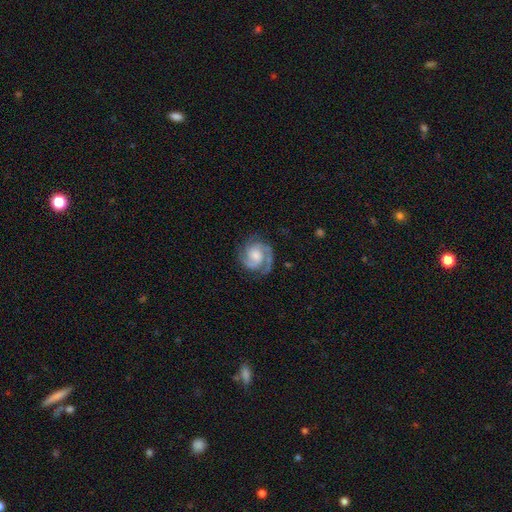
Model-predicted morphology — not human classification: featured or disk 87%, smooth 8%, star or artifact 5%. Down the decision tree: edge-on disk — no (98%); bar — no (62%); spiral arms — yes (98%); spiral arm count — 2 (64%); spiral winding — tight (51%); bulge size — moderate (42%); merging — none (77%).